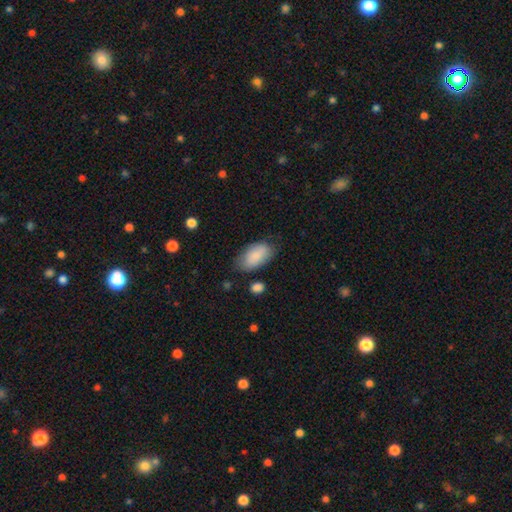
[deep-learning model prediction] smooth_or_featured: smooth (p=0.86) [alt: featured or disk p=0.08]
how_rounded: in between (p=0.94) [alt: round p=0.03]
merging: none (p=0.70) [alt: minor disturbance p=0.22]